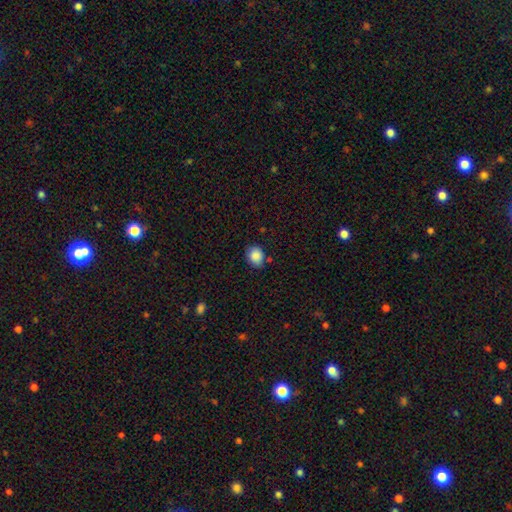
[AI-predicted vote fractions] Smooth or featured? smooth (87%)
How rounded? in between (52%)
Merging? none (76%)